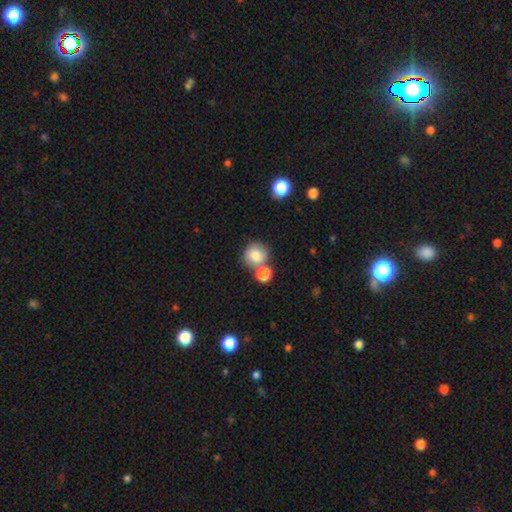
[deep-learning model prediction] The model was most divided on "merging": none: 61%, merger: 25%, minor disturbance: 11%, major disturbance: 4%. More confident: how rounded — round (88%); smooth or featured — smooth (80%).